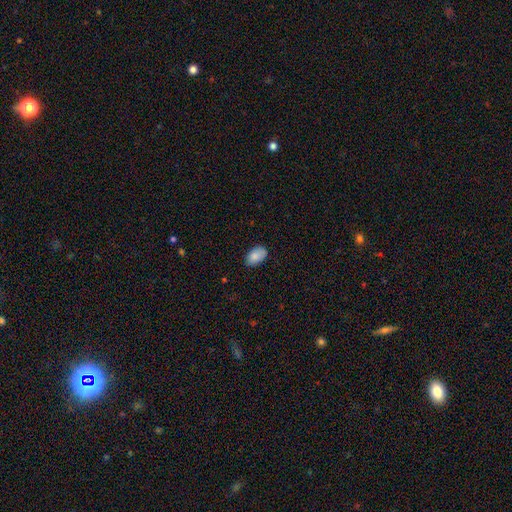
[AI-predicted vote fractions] Smooth or featured? Predicted: smooth (p=0.86). How rounded? Predicted: in between (p=0.91). Merging? Predicted: none (p=0.79).